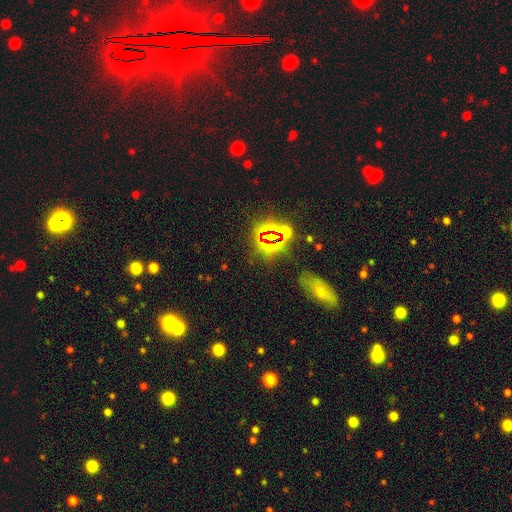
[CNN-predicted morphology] Q: Smooth or featured?
A: star or artifact (71%); runner-up: smooth (19%)